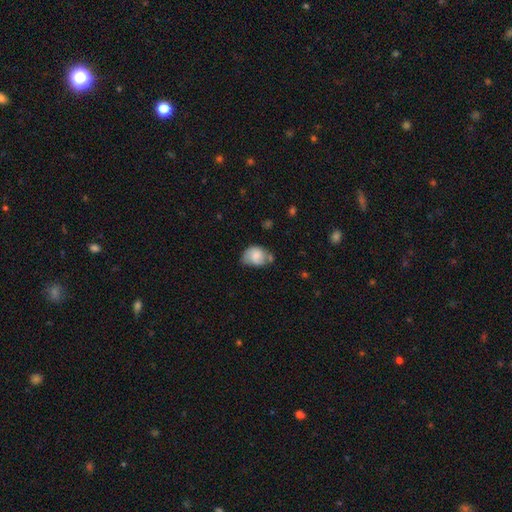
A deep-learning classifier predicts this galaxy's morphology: type=smooth (71%); roundness=in between (62%); merging=minor disturbance (38%, tied with none).